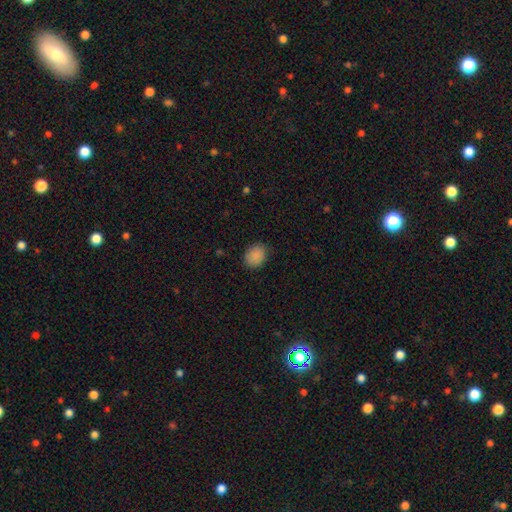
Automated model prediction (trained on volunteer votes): This is clearly a smooth galaxy (88%). How rounded: possibly round (51%). Merging: clearly none (81%).